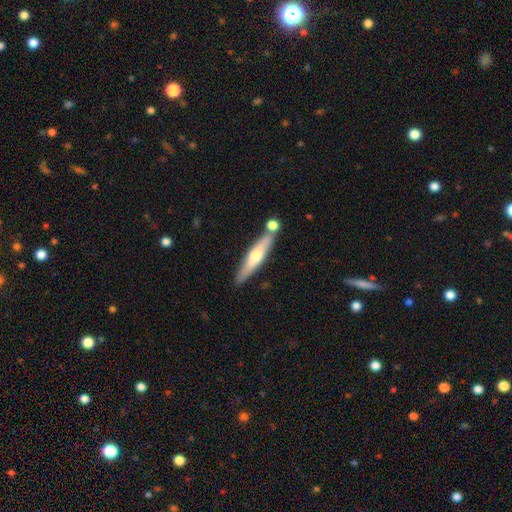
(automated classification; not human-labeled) smooth-or-featured: smooth: 49% | featured or disk: 46% | star or artifact: 5%
  merging: none: 71% | merger: 15% | minor disturbance: 12% | major disturbance: 3%